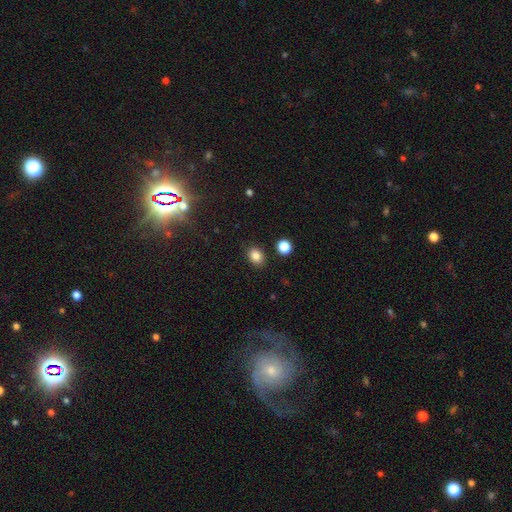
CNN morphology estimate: type=smooth (84%); roundness=in between (53%); merging=none (86%).